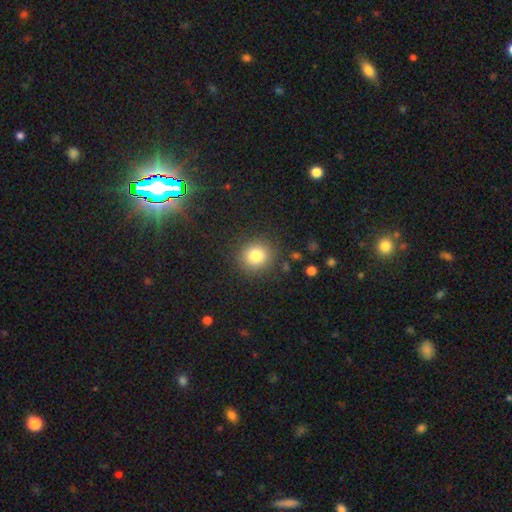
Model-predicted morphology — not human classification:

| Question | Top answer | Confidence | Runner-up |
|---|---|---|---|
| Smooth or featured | smooth | 81% | star or artifact (12%) |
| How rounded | round | 87% | in between (12%) |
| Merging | none | 87% | minor disturbance (8%) |